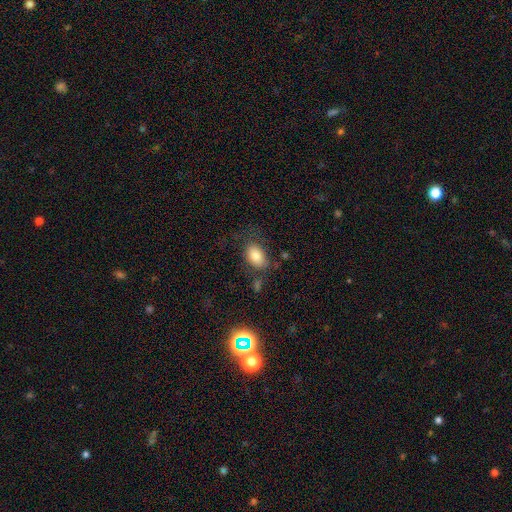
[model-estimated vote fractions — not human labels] This appears to be a smooth galaxy with no disk features (82%) that is in between round and cigar-shaped (89%). Merging: none (61%).